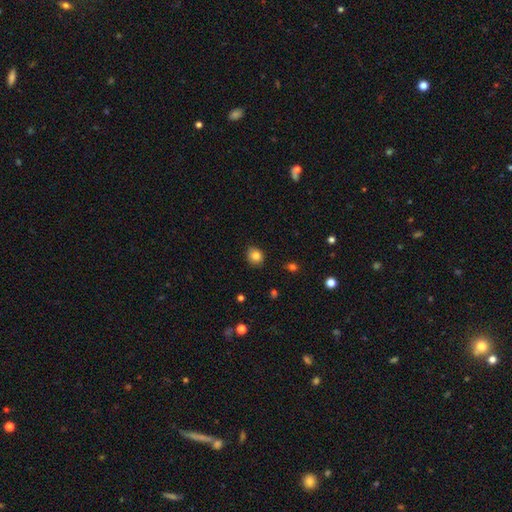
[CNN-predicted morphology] Smooth or featured?
  - smooth: 83% *
  - star or artifact: 11%
  - featured or disk: 7%
How rounded?
  - round: 64% *
  - in between: 35%
  - cigar-shaped: 1%
Merging?
  - none: 85% *
  - minor disturbance: 12%
  - major disturbance: 2%
  - merger: 1%